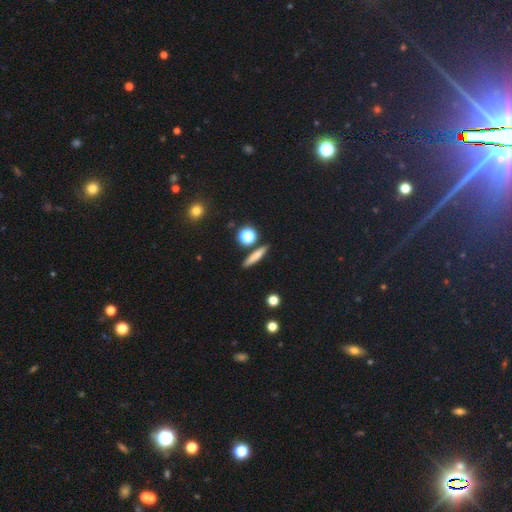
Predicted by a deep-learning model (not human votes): Morphology: type=smooth (73%); roundness=cigar-shaped (81%); merging=none (86%).